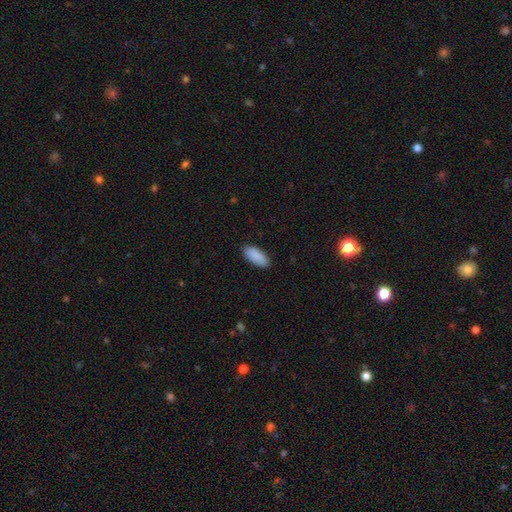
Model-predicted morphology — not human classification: type=smooth (90%); roundness=in between (85%); merging=none (88%).